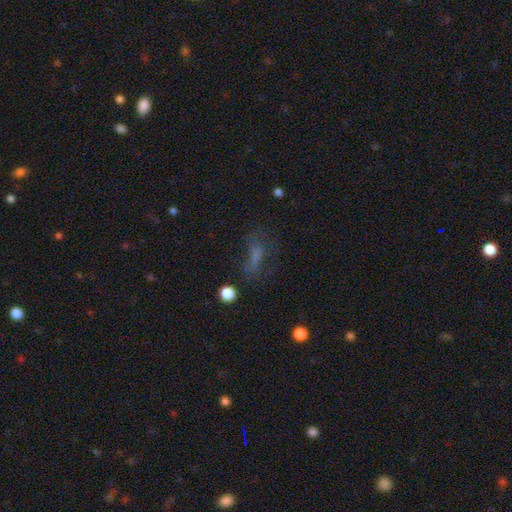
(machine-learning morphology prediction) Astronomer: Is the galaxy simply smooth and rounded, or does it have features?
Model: smooth — 49% (runner-up: star or artifact, 25%).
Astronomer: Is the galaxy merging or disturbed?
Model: none — 48% (runner-up: major disturbance, 27%).